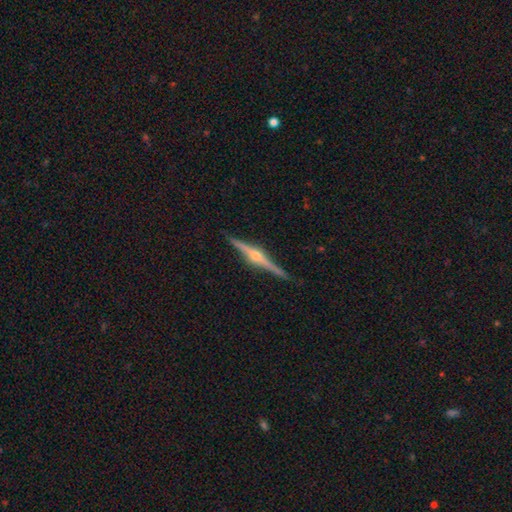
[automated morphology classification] This is clearly a featured or disk galaxy (88%). It is clearly viewed edge-on (99%). Edge-on bulge: clearly rounded (93%). Merging: clearly none (91%).